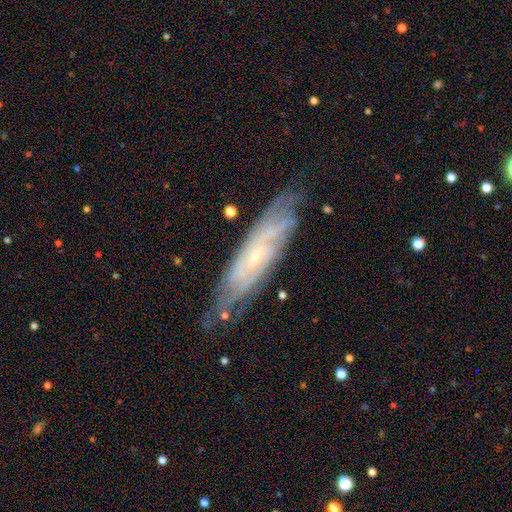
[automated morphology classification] Q: Smooth or featured?
A: featured or disk (78%); runner-up: smooth (15%)
Q: Edge-on disk?
A: no (72%); runner-up: yes (28%)
Q: Bar?
A: no (67%); runner-up: weak (26%)
Q: Spiral arms?
A: yes (91%); runner-up: no (9%)
Q: Spiral winding?
A: tight (67%); runner-up: medium (27%)
Q: Spiral arm count?
A: can't tell (56%); runner-up: 2 (15%)
Q: Bulge size?
A: small (80%); runner-up: moderate (14%)
Q: Merging?
A: none (74%); runner-up: minor disturbance (19%)